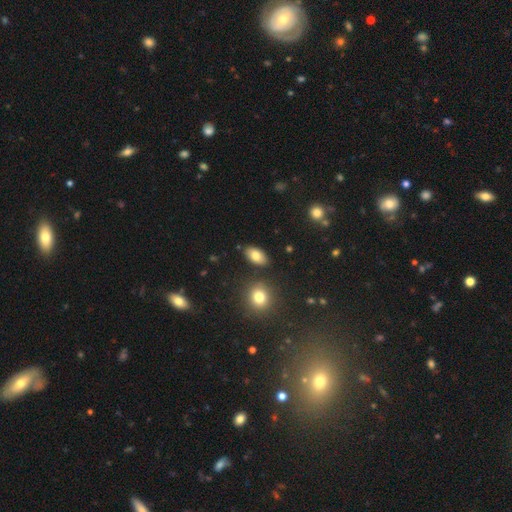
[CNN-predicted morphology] Smooth or featured? Predicted: smooth (p=0.80). How rounded? Predicted: in between (p=0.92). Merging? Predicted: none (p=0.84).